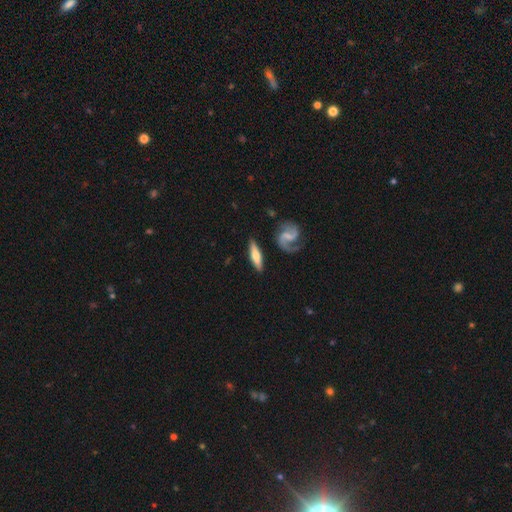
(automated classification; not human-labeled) Smooth or featured?
  - featured or disk: 61% *
  - smooth: 34%
  - star or artifact: 5%
Edge-on disk?
  - yes: 68% *
  - no: 32%
Merging?
  - none: 79% *
  - minor disturbance: 13%
  - merger: 4%
  - major disturbance: 4%